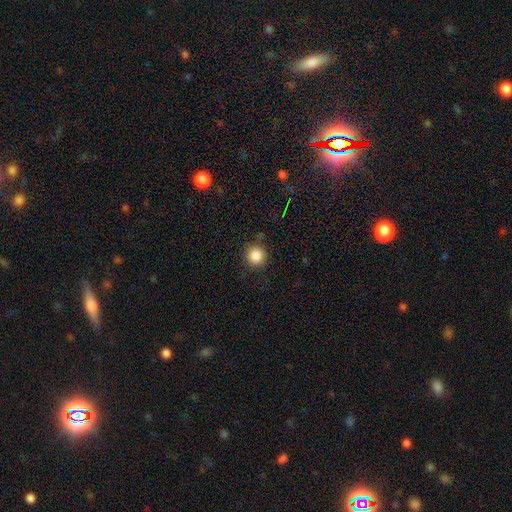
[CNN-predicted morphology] Q: Smooth or featured?
A: smooth (85%); runner-up: star or artifact (11%)
Q: How rounded?
A: round (93%); runner-up: in between (6%)
Q: Merging?
A: none (84%); runner-up: minor disturbance (11%)